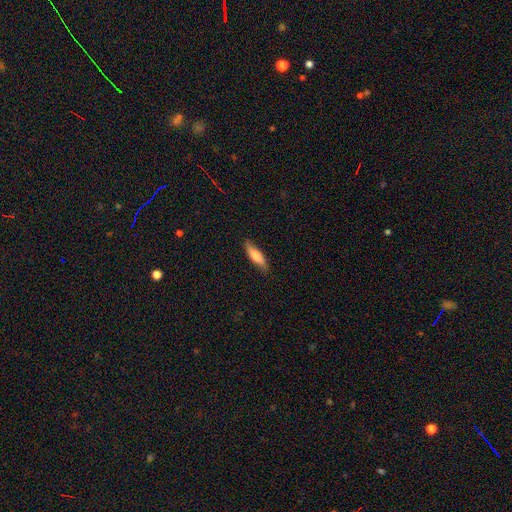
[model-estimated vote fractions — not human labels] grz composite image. It shows a smooth galaxy with no disk features (67%) that is cigar-shaped (63%). Merging: none (81%).